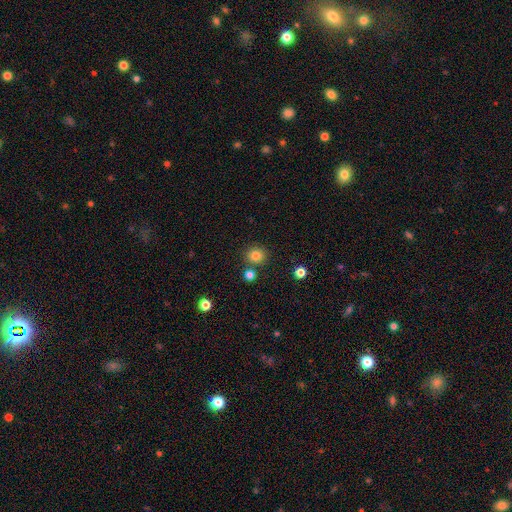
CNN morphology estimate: smooth-or-featured: smooth: 81% | star or artifact: 13% | featured or disk: 6%
  how-rounded: round: 87% | in between: 12% | cigar-shaped: 1%
  merging: none: 81% | merger: 9% | minor disturbance: 8% | major disturbance: 2%